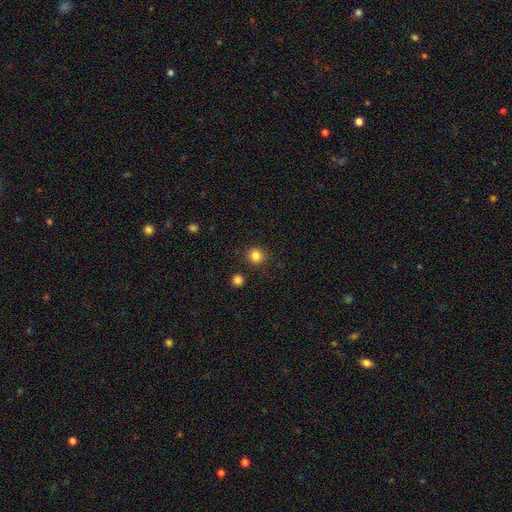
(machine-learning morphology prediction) Overall: smooth (84%). How rounded: round (92%). Merging: none (89%).